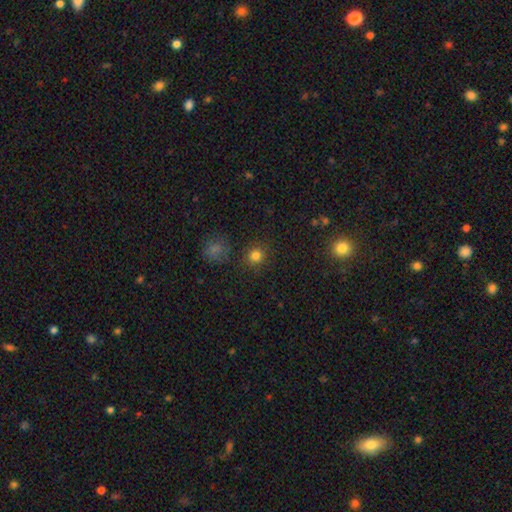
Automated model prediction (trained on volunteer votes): Q: Smooth or featured?
A: smooth (80%); runner-up: star or artifact (15%)
Q: How rounded?
A: round (90%); runner-up: in between (9%)
Q: Merging?
A: none (87%); runner-up: minor disturbance (8%)